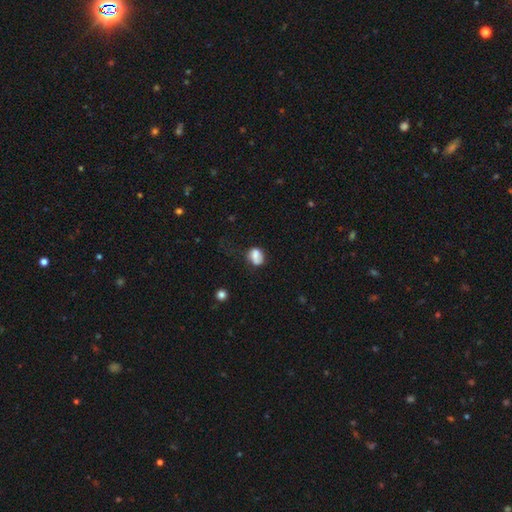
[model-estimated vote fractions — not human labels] Q: Smooth or featured?
A: smooth (72%); runner-up: featured or disk (17%)
Q: How rounded?
A: in between (57%); runner-up: round (42%)
Q: Merging?
A: none (41%); runner-up: minor disturbance (26%)